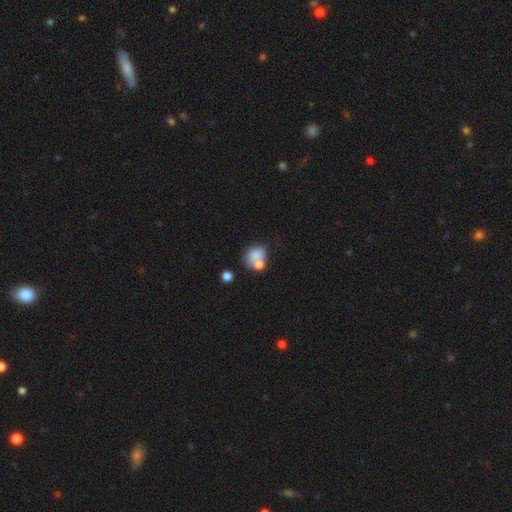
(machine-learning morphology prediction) Smooth or featured? Predicted: smooth (p=0.75). How rounded? Predicted: round (p=0.66). Merging? Predicted: none (p=0.39, tied with merger).